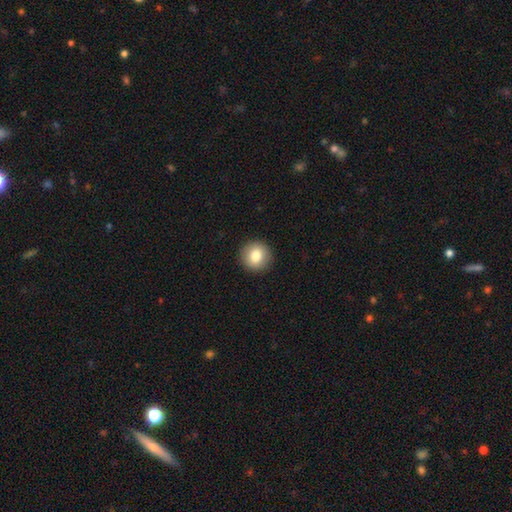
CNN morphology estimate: Overall: smooth (81%). How rounded: round (94%). Merging: none (92%).